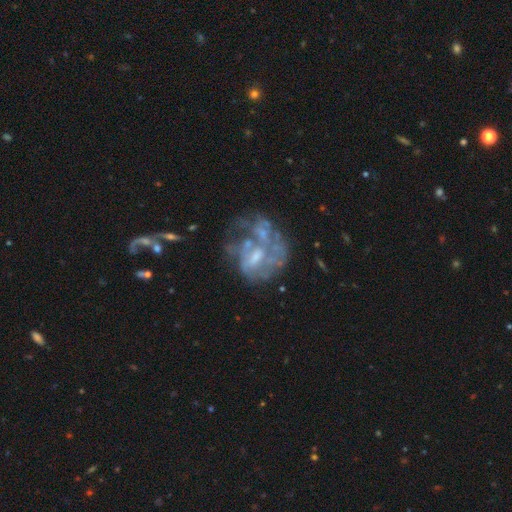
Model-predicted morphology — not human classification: This is likely a featured or disk galaxy (69%). It is clearly not viewed edge-on (97%). Bar: likely no (60%). Spiral arm pattern: likely no (72%). Central bulge: marginally moderate (35%). Merging: marginally major disturbance (33%).